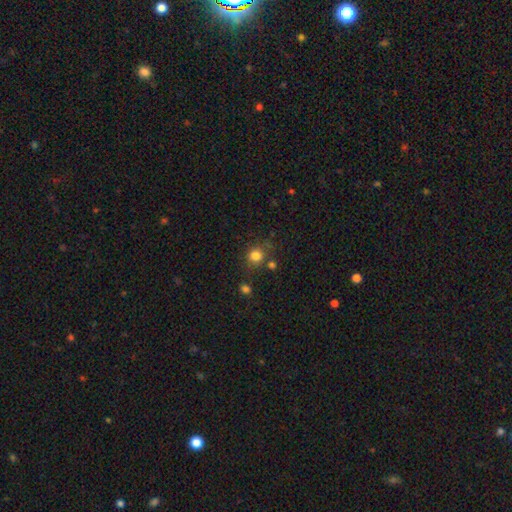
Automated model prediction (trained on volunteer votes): Q: Smooth or featured?
A: smooth (80%); runner-up: star or artifact (13%)
Q: How rounded?
A: round (87%); runner-up: in between (12%)
Q: Merging?
A: none (71%); runner-up: minor disturbance (13%)